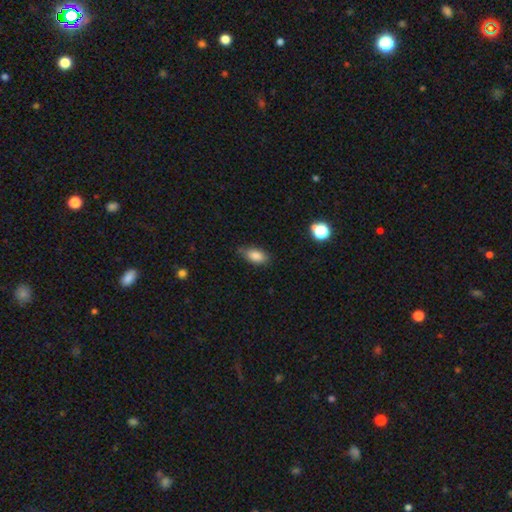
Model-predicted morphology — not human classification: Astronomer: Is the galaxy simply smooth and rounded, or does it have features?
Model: smooth — 85%.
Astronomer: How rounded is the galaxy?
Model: in between — 89%.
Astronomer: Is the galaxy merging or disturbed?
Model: none — 73%.